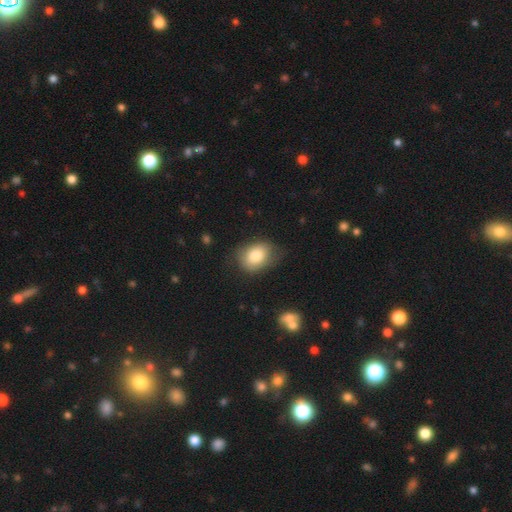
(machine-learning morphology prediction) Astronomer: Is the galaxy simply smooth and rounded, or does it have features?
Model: smooth — 80%.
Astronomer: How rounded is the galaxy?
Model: in between — 68%.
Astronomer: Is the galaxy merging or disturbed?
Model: none — 65%.